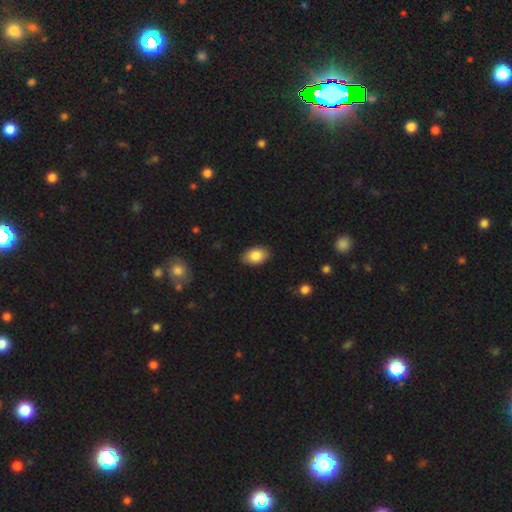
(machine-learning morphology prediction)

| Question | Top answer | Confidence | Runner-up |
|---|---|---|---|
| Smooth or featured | smooth | 86% | featured or disk (8%) |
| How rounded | in between | 91% | round (8%) |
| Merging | none | 87% | minor disturbance (10%) |